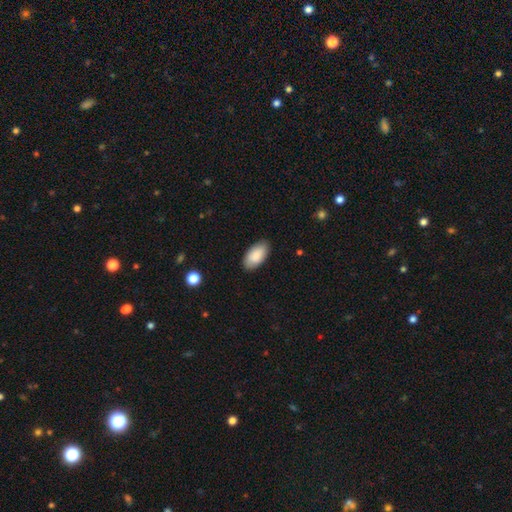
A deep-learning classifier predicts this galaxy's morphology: smooth_or_featured: smooth (p=0.88) [alt: featured or disk p=0.07]
how_rounded: in between (p=0.95) [alt: cigar-shaped p=0.02]
merging: none (p=0.86) [alt: minor disturbance p=0.11]